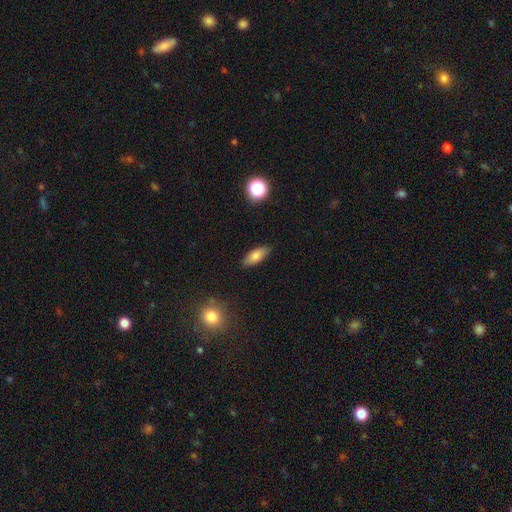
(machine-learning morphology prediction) type=smooth (81%); roundness=in between (79%); merging=none (87%).